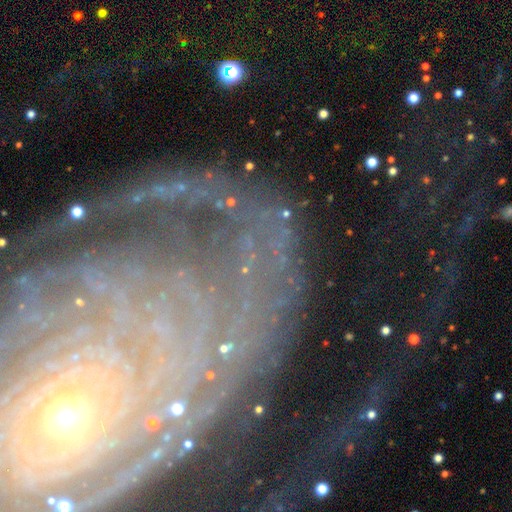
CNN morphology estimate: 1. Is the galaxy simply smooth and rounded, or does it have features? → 75% featured or disk, 16% star or artifact, 10% smooth.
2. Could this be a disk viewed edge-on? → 93% no, 7% yes.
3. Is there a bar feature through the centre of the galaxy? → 62% no, 20% weak, 18% strong.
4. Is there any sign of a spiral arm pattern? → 91% yes, 9% no.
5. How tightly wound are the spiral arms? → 77% tight, 17% medium, 7% loose.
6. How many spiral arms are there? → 32% can't tell, 17% 2, 15% 3, 13% 4, 13% more than 4, 10% 1.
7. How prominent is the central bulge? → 52% small, 35% moderate, 7% large, 4% none, 3% dominant.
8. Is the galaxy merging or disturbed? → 71% none, 13% minor disturbance, 12% major disturbance, 3% merger.